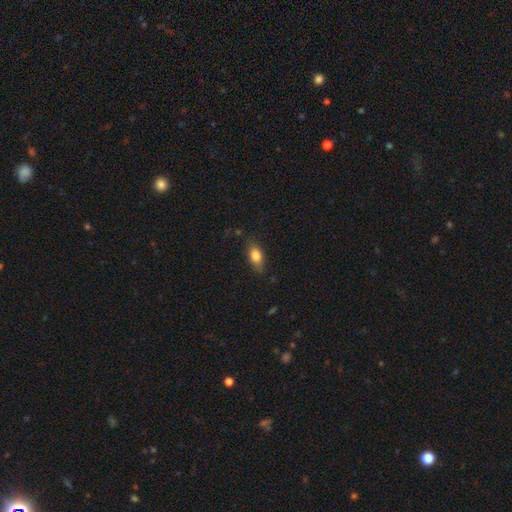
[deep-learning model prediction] This appears to be a smooth galaxy with no disk features (80%) that is in between round and cigar-shaped (83%). Merging: none (79%).